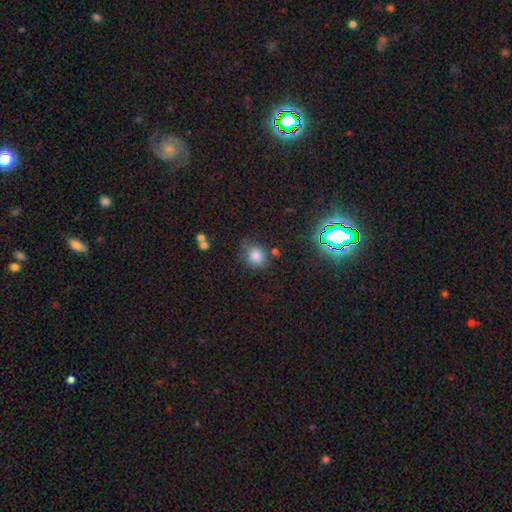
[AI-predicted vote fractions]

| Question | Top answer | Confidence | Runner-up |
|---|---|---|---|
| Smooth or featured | smooth | 80% | star or artifact (13%) |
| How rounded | round | 70% | in between (29%) |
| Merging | none | 69% | minor disturbance (18%) |